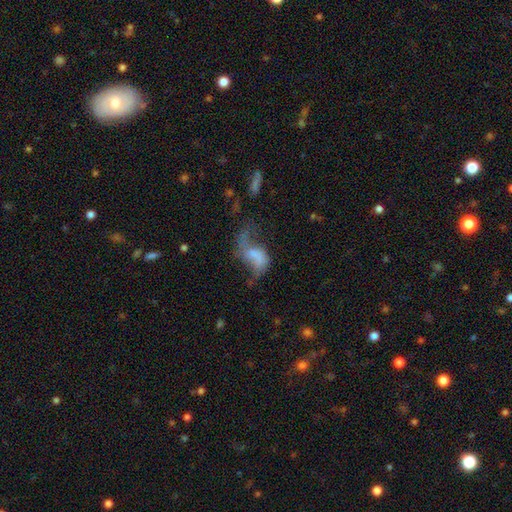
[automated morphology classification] smooth-or-featured: featured or disk: 53% | smooth: 35% | star or artifact: 12%
  disk-edge-on: no: 97% | yes: 3%
    bar: no: 66% | weak: 26% | strong: 8%
    has-spiral-arms: yes: 58% | no: 42%
    bulge-size: none: 53% | small: 23% | moderate: 15% | large: 7% | dominant: 3%
  merging: major disturbance: 44% | none: 23% | minor disturbance: 17% | merger: 16%